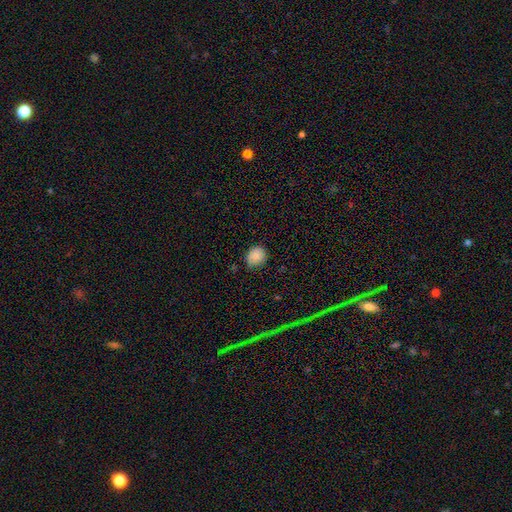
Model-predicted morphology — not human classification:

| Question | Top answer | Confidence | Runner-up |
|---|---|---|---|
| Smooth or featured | smooth | 87% | star or artifact (9%) |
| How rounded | round | 70% | in between (29%) |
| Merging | none | 76% | minor disturbance (19%) |